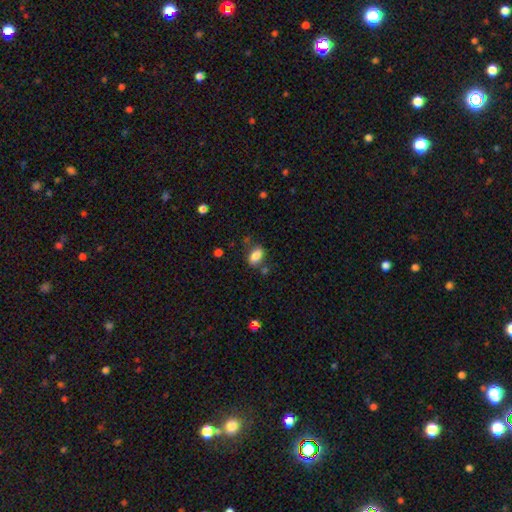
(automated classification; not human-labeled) Smooth or featured? smooth (85%)
How rounded? in between (88%)
Merging? none (74%)